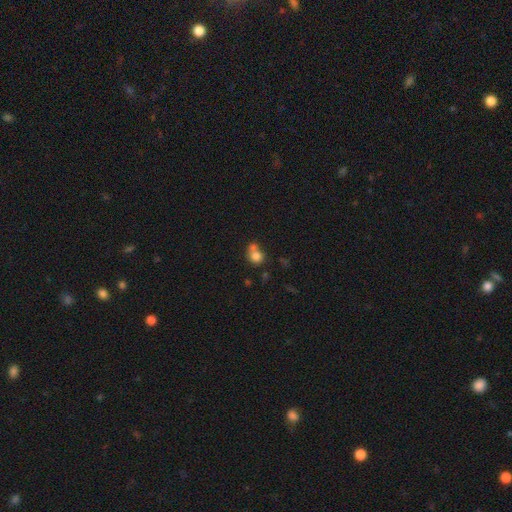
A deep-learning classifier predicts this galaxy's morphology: type=smooth (77%); roundness=round (79%); merging=merger (48%).